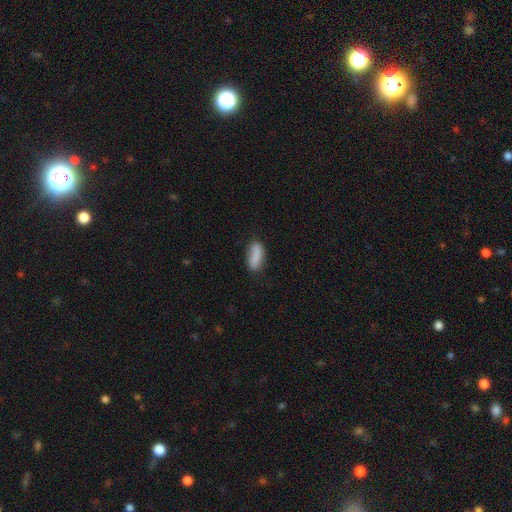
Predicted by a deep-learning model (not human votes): Smooth or featured: smooth — 85% (featured or disk — 8%)
How rounded: in between — 74% (cigar-shaped — 23%)
Merging: none — 74% (minor disturbance — 19%)